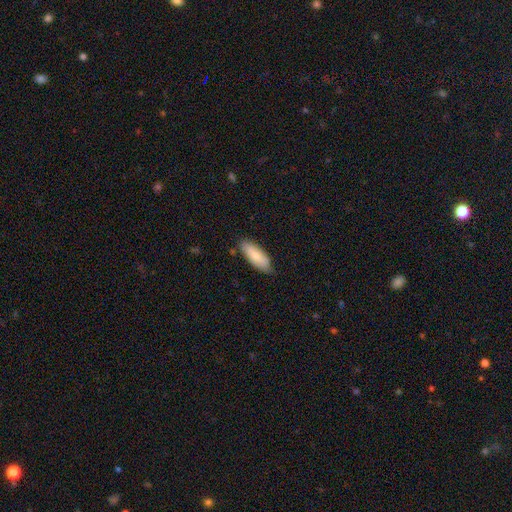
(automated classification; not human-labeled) smooth_or_featured: smooth (p=0.81) [alt: featured or disk p=0.14]
how_rounded: in between (p=0.73) [alt: cigar-shaped p=0.25]
merging: none (p=0.79) [alt: minor disturbance p=0.17]